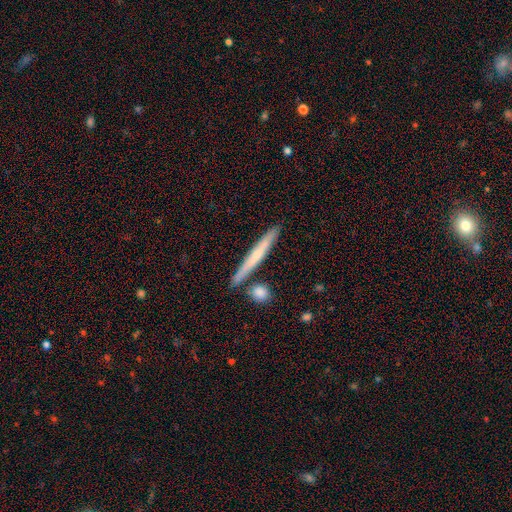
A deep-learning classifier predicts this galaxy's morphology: smooth-or-featured: smooth: 48% | featured or disk: 46% | star or artifact: 6%
  merging: none: 82% | minor disturbance: 9% | merger: 7% | major disturbance: 2%